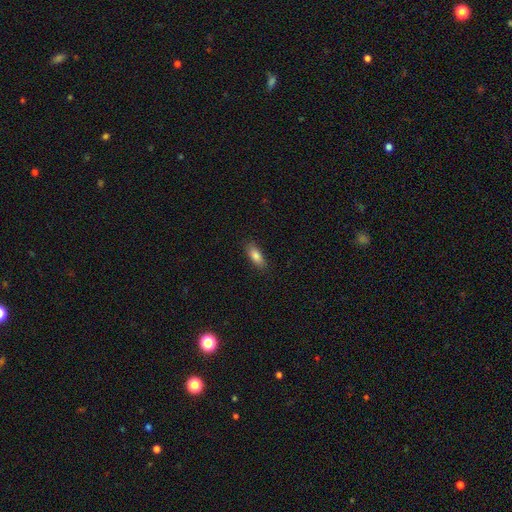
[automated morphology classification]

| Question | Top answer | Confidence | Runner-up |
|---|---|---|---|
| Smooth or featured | smooth | 84% | featured or disk (9%) |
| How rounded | in between | 80% | cigar-shaped (18%) |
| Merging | none | 86% | minor disturbance (11%) |